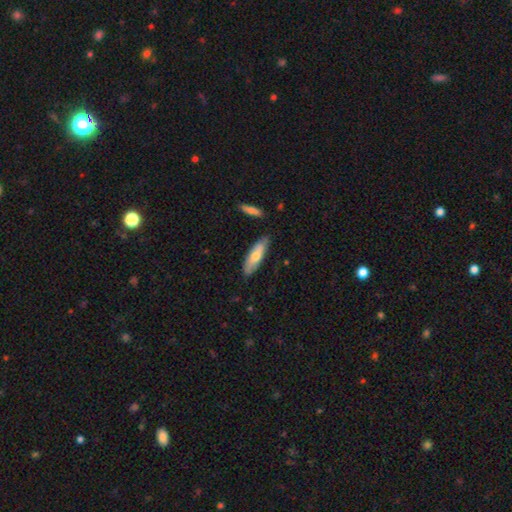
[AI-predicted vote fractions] Morphology: type=smooth (65%); roundness=cigar-shaped (54%); merging=none (82%).